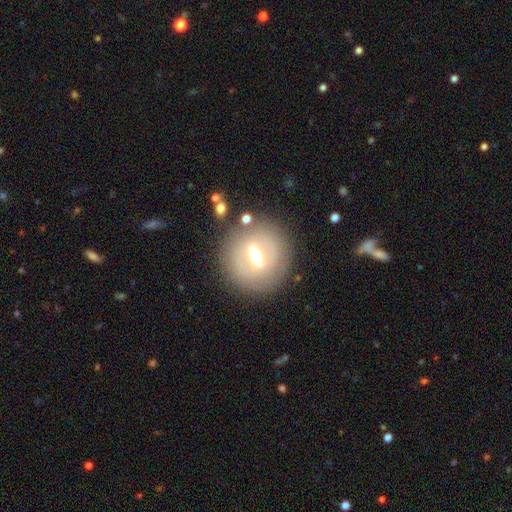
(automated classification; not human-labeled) Morphology: type=featured or disk (56%); edge-on=no (80%); merging=none (81%).